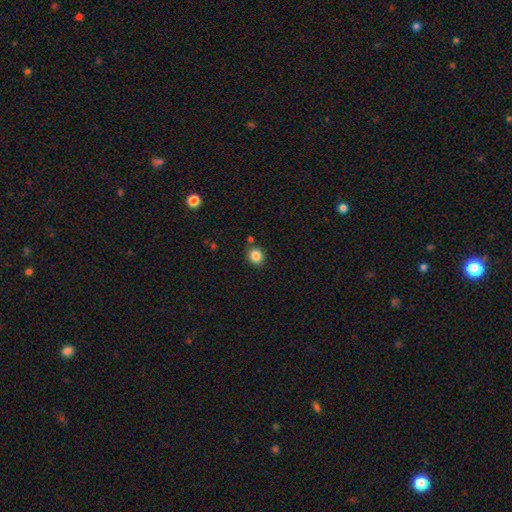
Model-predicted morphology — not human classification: type=smooth (85%); roundness=round (73%); merging=none (84%).